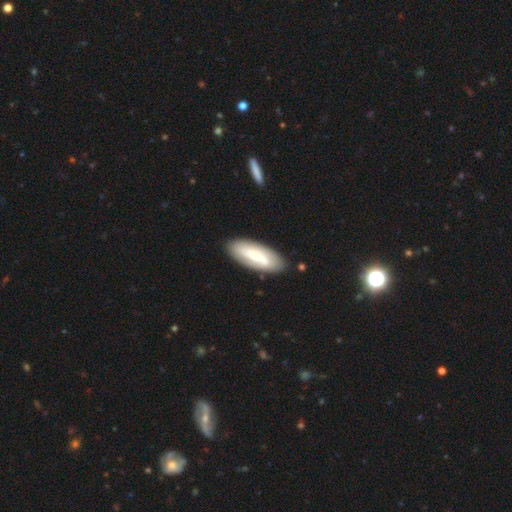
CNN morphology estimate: Overall: smooth (50%; featured or disk 45%). How rounded: in between (73%). Merging: none (83%).